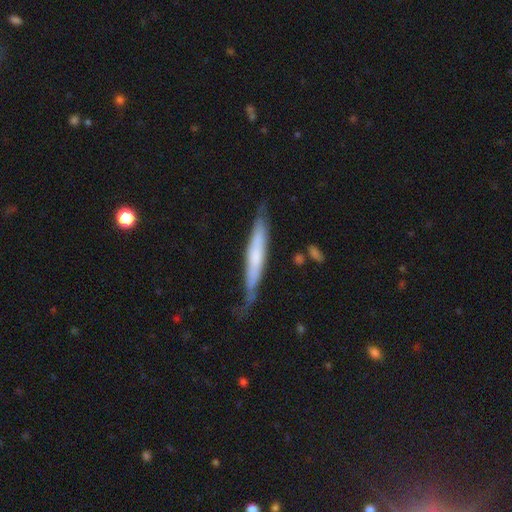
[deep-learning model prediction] Q: Smooth or featured?
A: featured or disk (48%); runner-up: smooth (47%)
Q: Merging?
A: none (62%); runner-up: minor disturbance (27%)